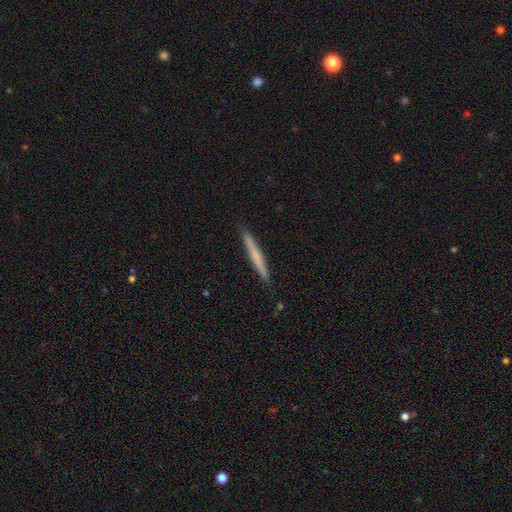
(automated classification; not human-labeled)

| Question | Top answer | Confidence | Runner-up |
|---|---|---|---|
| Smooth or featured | smooth | 54% | featured or disk (41%) |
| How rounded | cigar-shaped | 97% | in between (2%) |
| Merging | none | 91% | minor disturbance (7%) |